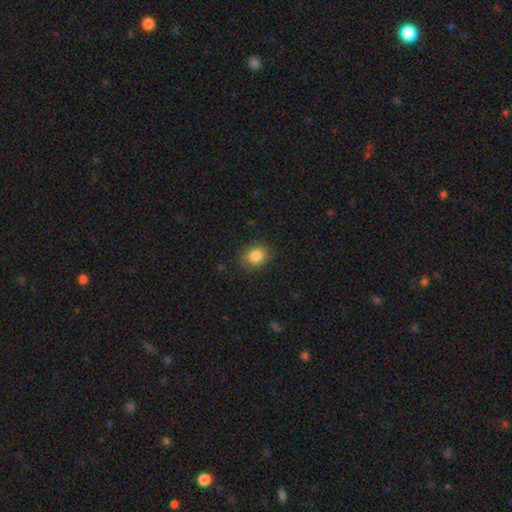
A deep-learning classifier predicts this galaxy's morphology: Smooth or featured? Predicted: smooth (p=0.85). How rounded? Predicted: round (p=0.57). Merging? Predicted: none (p=0.85).